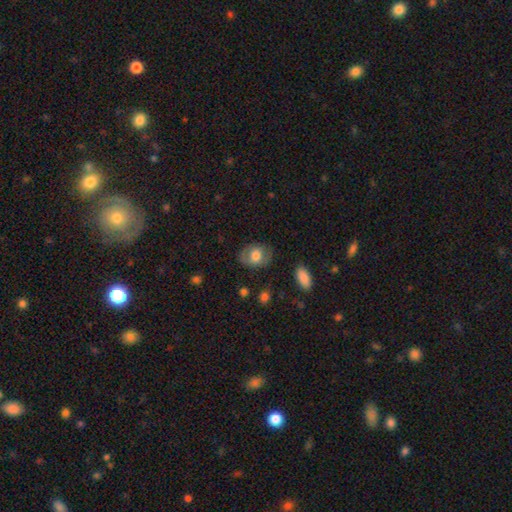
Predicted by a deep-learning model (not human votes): Q: Smooth or featured?
A: smooth (62%); runner-up: featured or disk (31%)
Q: How rounded?
A: in between (65%); runner-up: round (33%)
Q: Merging?
A: none (77%); runner-up: minor disturbance (16%)